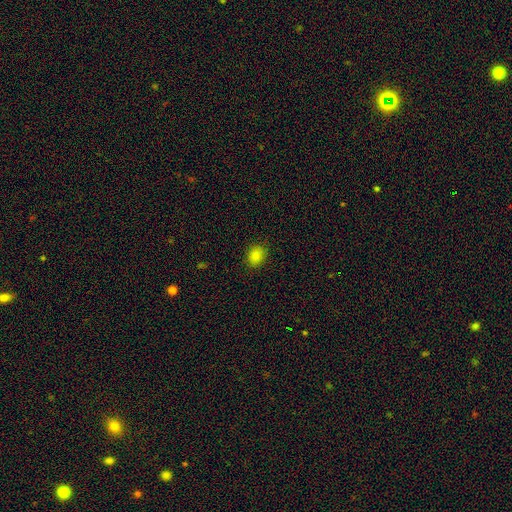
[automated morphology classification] Q: Smooth or featured?
A: smooth (84%); runner-up: star or artifact (12%)
Q: How rounded?
A: in between (53%); runner-up: round (46%)
Q: Merging?
A: none (87%); runner-up: minor disturbance (9%)